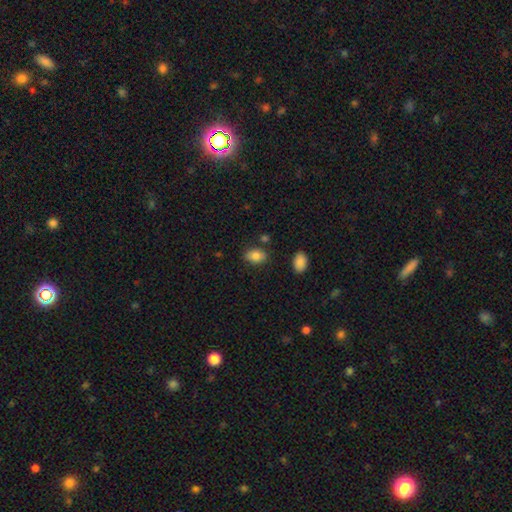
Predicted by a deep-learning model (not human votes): Morphology: type=smooth (84%); roundness=in between (81%); merging=none (80%).